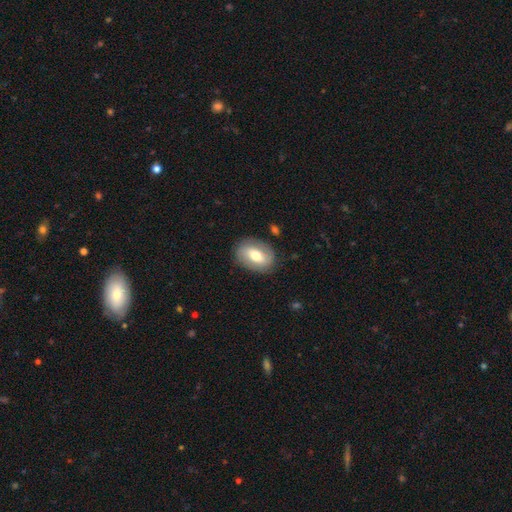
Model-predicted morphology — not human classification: The model was most divided on "smooth or featured": smooth: 53%, featured or disk: 40%, star or artifact: 7%. More confident: merging — none (82%); how rounded — in between (79%).